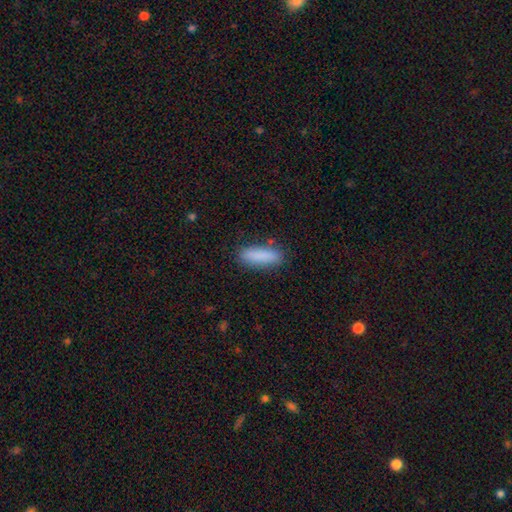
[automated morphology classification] type=smooth (87%); roundness=cigar-shaped (62%); merging=none (86%).